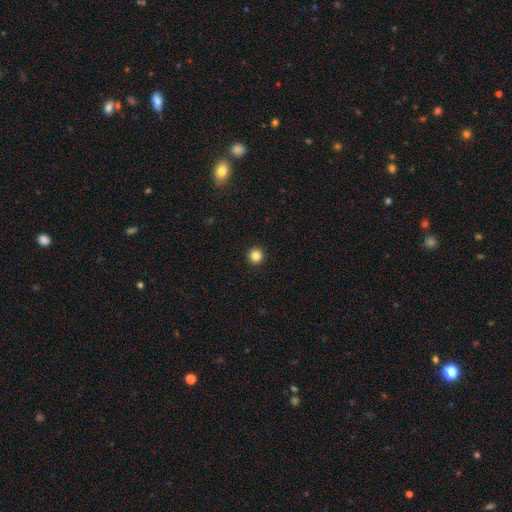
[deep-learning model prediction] smooth 84%, star or artifact 12%, featured or disk 4%. Down the decision tree: how rounded — round (96%); merging — none (94%).